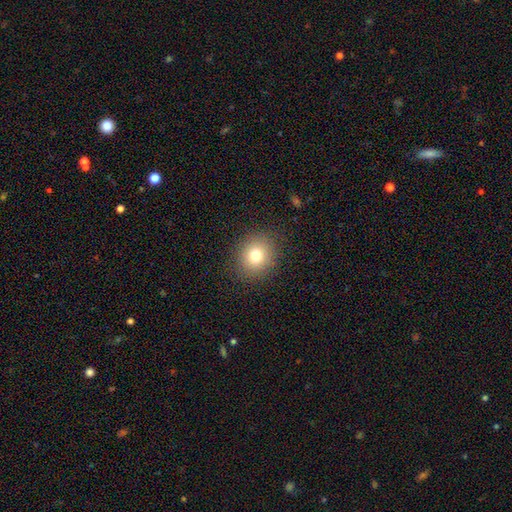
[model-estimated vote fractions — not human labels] Overall: smooth (76%). How rounded: round (77%). Merging: none (88%).